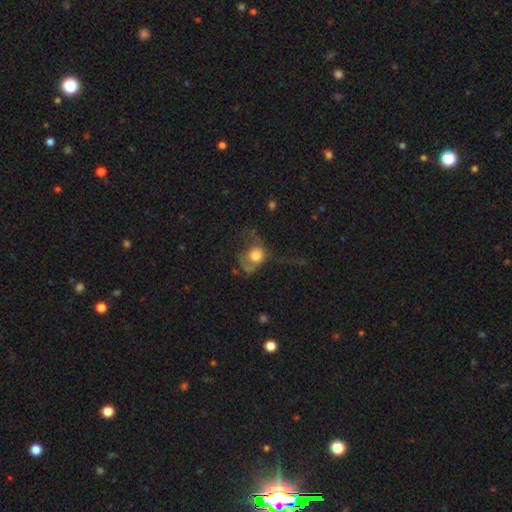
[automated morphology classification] Overall: smooth (58%; featured or disk 32%). How rounded: round (65%; in between 34%). Merging: major disturbance (57%; none 21%).